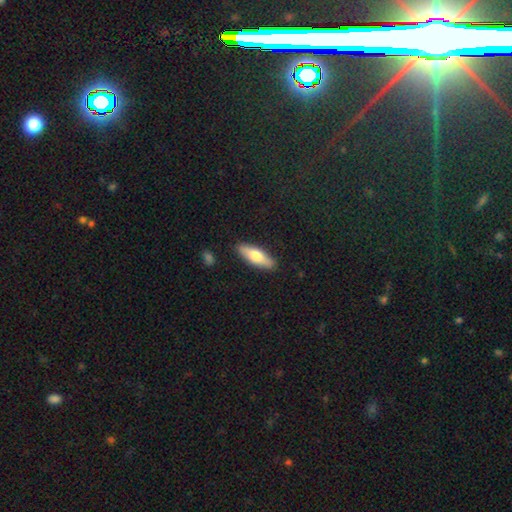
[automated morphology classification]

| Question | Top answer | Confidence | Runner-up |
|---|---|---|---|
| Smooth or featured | smooth | 65% | featured or disk (30%) |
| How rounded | in between | 50% | cigar-shaped (48%) |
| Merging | none | 88% | minor disturbance (9%) |